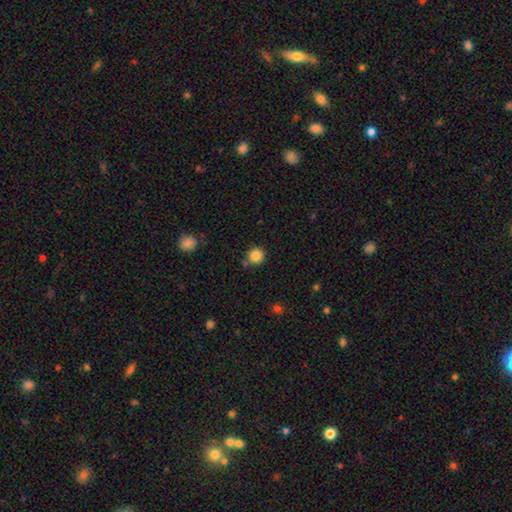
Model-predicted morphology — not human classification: Smooth or featured?
  - smooth: 85% *
  - star or artifact: 10%
  - featured or disk: 5%
How rounded?
  - round: 94% *
  - in between: 5%
  - cigar-shaped: 1%
Merging?
  - none: 79% *
  - minor disturbance: 10%
  - merger: 8%
  - major disturbance: 3%